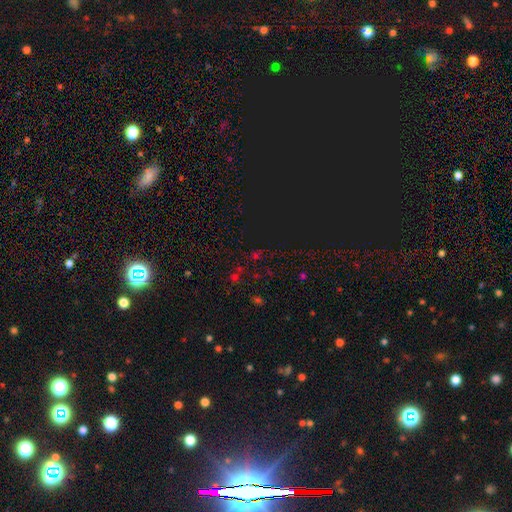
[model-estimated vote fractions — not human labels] Smooth or featured: star or artifact — 64% (smooth — 28%)